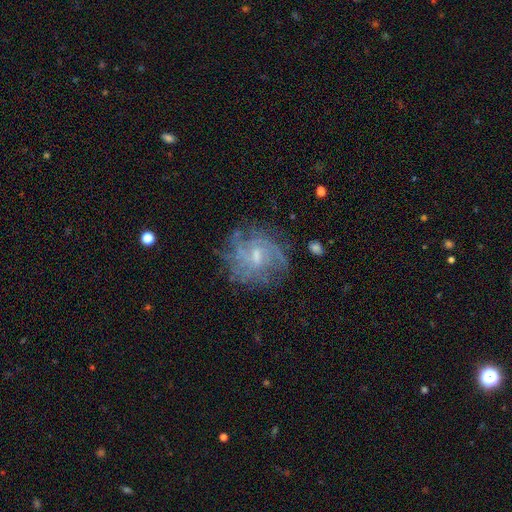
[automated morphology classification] This is likely a featured or disk galaxy (75%). It is clearly not viewed edge-on (97%). Bar: possibly weak (52%). Spiral arm pattern: clearly yes (80%). Spiral arm count: possibly can't tell (52%). Spiral winding: possibly tight (48%). Central bulge: possibly small (47%). Merging: likely none (67%).